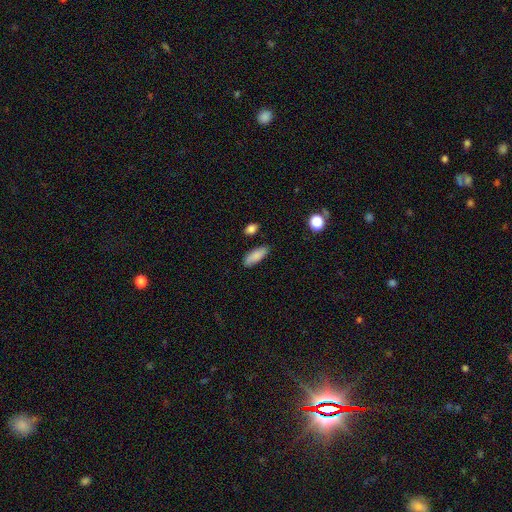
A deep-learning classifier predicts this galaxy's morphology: smooth 86%, featured or disk 8%, star or artifact 7%. Down the decision tree: how rounded — in between (70%); merging — none (80%).